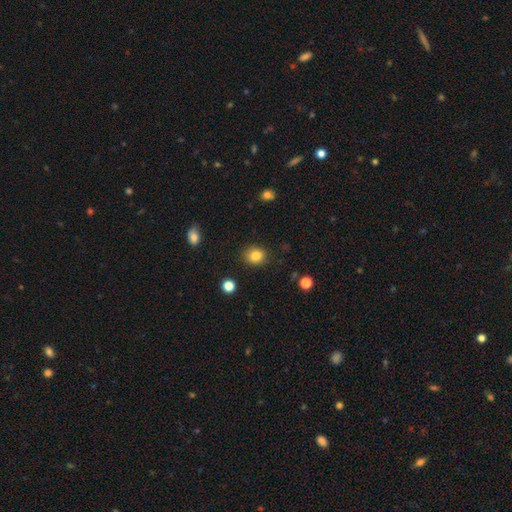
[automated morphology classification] smooth-or-featured: smooth: 83% | star or artifact: 11% | featured or disk: 6%
  how-rounded: round: 70% | in between: 29% | cigar-shaped: 1%
  merging: none: 87% | minor disturbance: 9% | major disturbance: 2% | merger: 1%